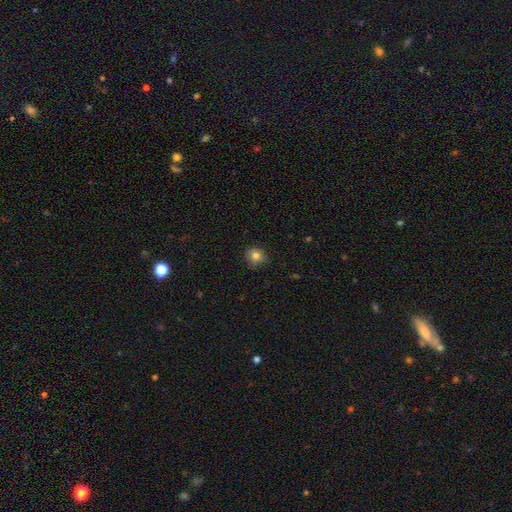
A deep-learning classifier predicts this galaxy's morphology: This appears to be a smooth galaxy with no disk features (82%) that is round (82%). Merging: none (80%).